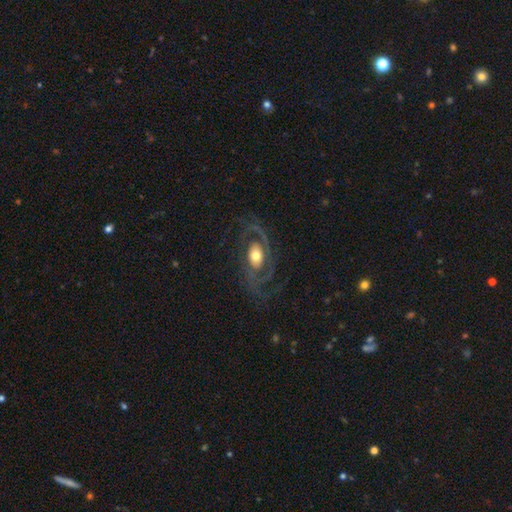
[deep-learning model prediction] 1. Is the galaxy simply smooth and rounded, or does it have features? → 84% featured or disk, 11% smooth, 5% star or artifact.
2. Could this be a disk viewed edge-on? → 96% no, 4% yes.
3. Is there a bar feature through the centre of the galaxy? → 69% no, 22% weak, 10% strong.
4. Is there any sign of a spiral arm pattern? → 90% yes, 10% no.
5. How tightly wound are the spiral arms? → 47% medium, 29% tight, 24% loose.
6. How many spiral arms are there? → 70% 2, 9% 3, 9% can't tell, 5% 1, 3% 4, 3% more than 4.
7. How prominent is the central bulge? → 65% moderate, 23% large, 9% small, 2% dominant, 1% none.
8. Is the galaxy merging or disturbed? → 72% none, 14% minor disturbance, 13% major disturbance, 1% merger.